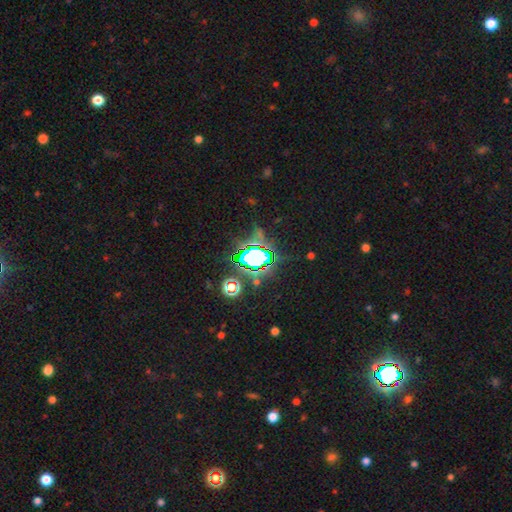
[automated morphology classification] Overall: star or artifact (72%).